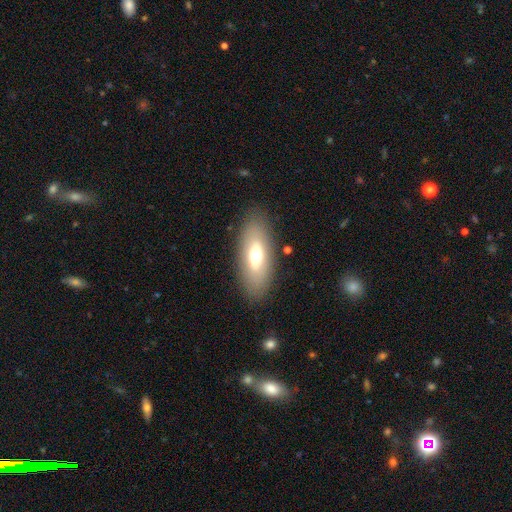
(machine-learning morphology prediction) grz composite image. It shows a smooth galaxy with no disk features (61%) that is in between round and cigar-shaped (79%). Merging: none (85%).